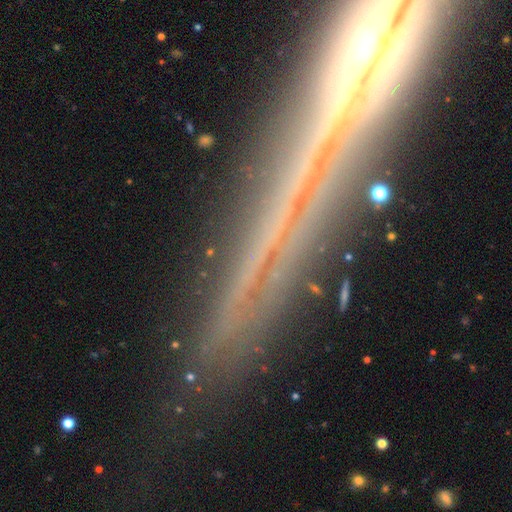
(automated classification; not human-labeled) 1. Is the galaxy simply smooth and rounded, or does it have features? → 67% featured or disk, 21% star or artifact, 12% smooth.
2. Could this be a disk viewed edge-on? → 91% yes, 9% no.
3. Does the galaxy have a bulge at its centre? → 59% rounded, 25% none, 16% boxy.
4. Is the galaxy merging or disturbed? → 86% none, 9% minor disturbance, 3% major disturbance, 2% merger.